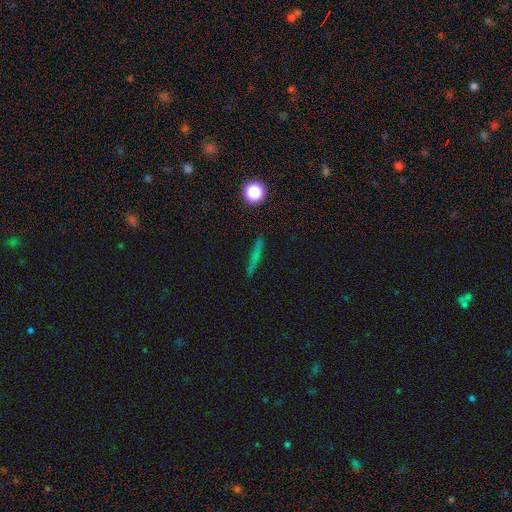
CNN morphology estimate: The model was most divided on "smooth or featured": smooth: 47%, featured or disk: 37%, star or artifact: 16%. More confident: merging — none (90%).